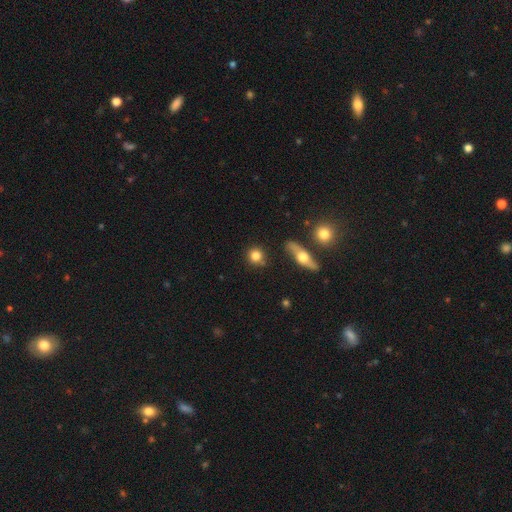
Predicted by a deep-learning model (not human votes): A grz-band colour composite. It shows a smooth galaxy with no disk features (80%) that is round (90%). Merging: none (82%).